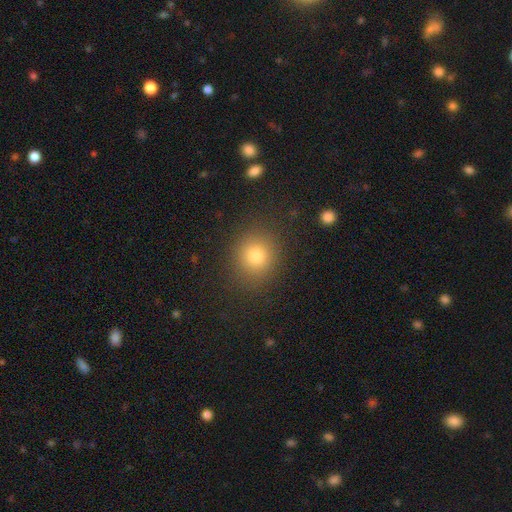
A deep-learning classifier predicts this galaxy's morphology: Overall: smooth (79%). How rounded: round (81%). Merging: none (86%).